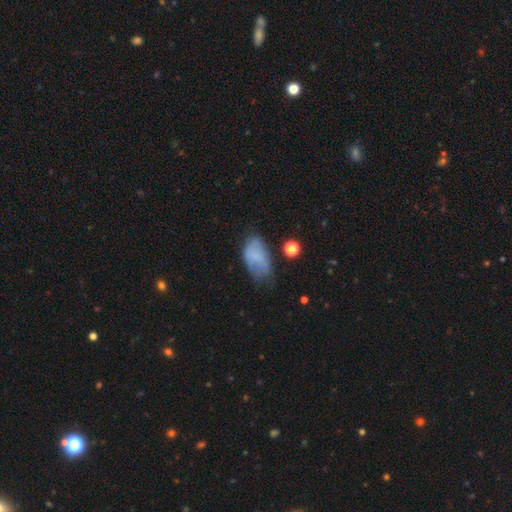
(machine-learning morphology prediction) smooth-or-featured: smooth: 62% | featured or disk: 28% | star or artifact: 10%
  how-rounded: in between: 92% | round: 6% | cigar-shaped: 2%
  merging: none: 44% | minor disturbance: 36% | major disturbance: 17% | merger: 4%